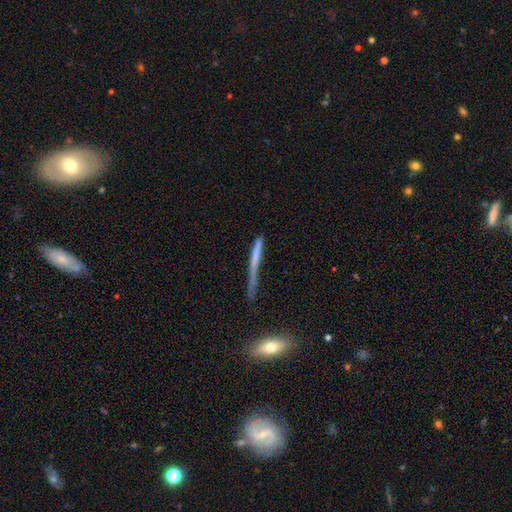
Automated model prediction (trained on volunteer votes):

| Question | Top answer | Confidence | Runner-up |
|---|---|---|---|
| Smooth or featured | smooth | 56% | featured or disk (34%) |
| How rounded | cigar-shaped | 95% | in between (3%) |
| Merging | none | 50% | minor disturbance (26%) |